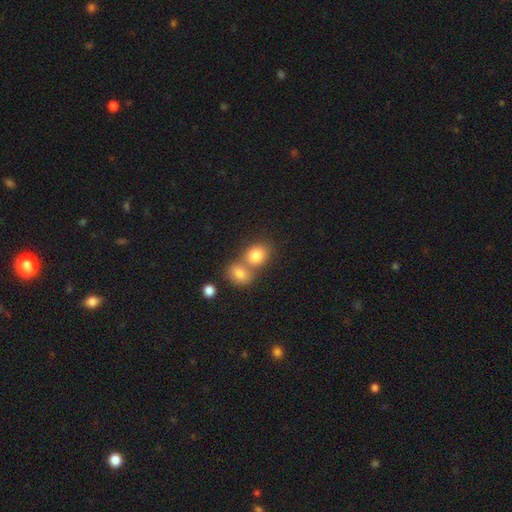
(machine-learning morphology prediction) This appears to be a smooth galaxy with no disk features (81%) that is round (59%). Merging: merger (52%).